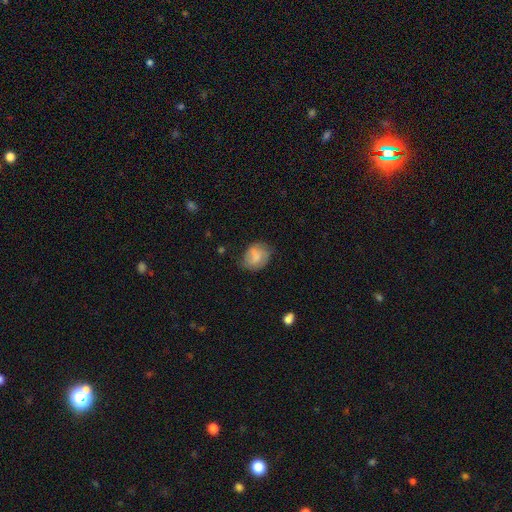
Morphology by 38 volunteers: Smooth or featured? 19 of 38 (50%) said smooth. How rounded? 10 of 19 (53%) said in between. Merging? 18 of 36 (50%) said none.